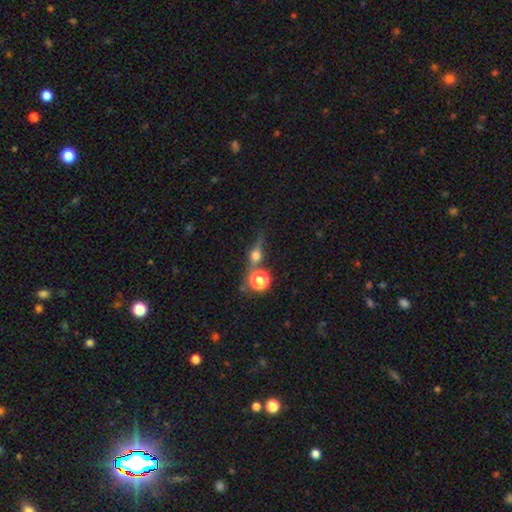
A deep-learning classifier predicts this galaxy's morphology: Q: Smooth or featured?
A: smooth (50%); runner-up: featured or disk (32%)
Q: Merging?
A: none (57%); runner-up: merger (19%)